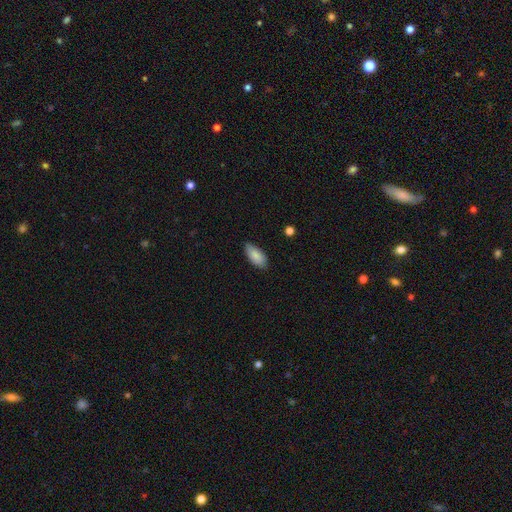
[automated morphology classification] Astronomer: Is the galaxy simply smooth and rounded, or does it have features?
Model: smooth — 86%.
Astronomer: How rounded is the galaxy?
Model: in between — 90%.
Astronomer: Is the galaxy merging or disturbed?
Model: none — 78%.